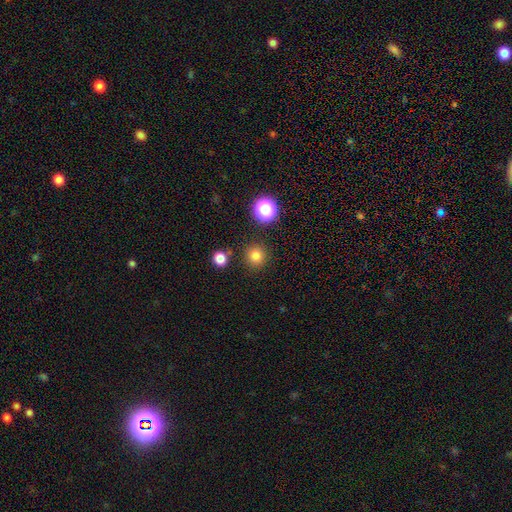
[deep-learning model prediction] This is likely a smooth galaxy (80%). How rounded: clearly round (94%). Merging: clearly none (88%).